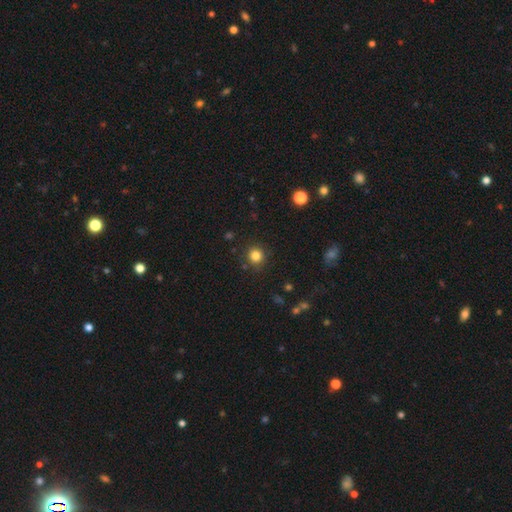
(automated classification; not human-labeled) A smooth galaxy with no disk features (82%) that is round (92%).

Vote fractions:
- Smooth or featured? smooth: 82% / star or artifact: 13% / featured or disk: 5%
- How rounded? round: 92% / in between: 7% / cigar-shaped: 1%
- Merging? none: 88% / minor disturbance: 8% / major disturbance: 3% / merger: 2%